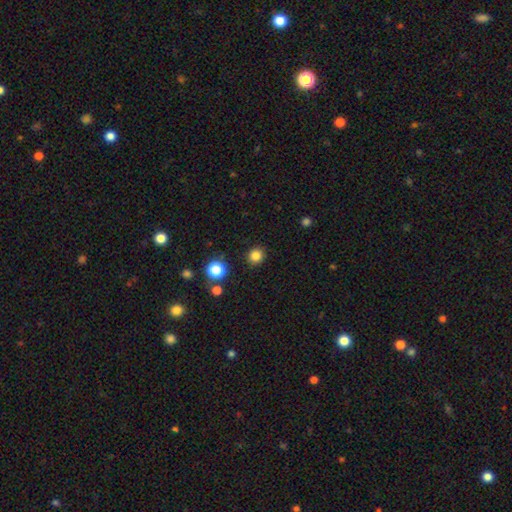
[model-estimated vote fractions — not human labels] The model was most divided on "smooth or featured": smooth: 83%, star or artifact: 13%, featured or disk: 4%. More confident: how rounded — round (92%); merging — none (90%).